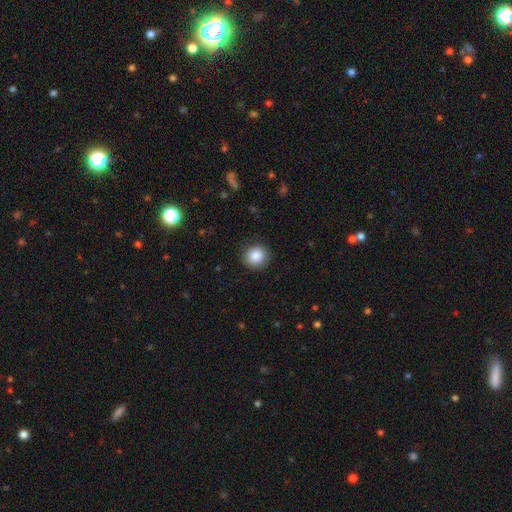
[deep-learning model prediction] Smooth or featured? smooth (87%)
How rounded? round (90%)
Merging? none (88%)